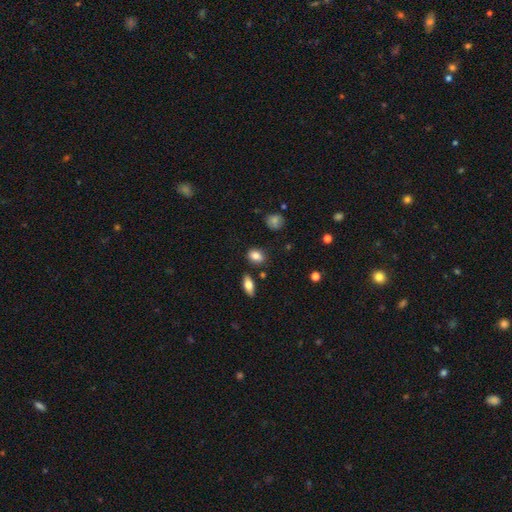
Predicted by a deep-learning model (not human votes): This is clearly a smooth galaxy (83%). How rounded: likely in between (72%). Merging: clearly none (82%).